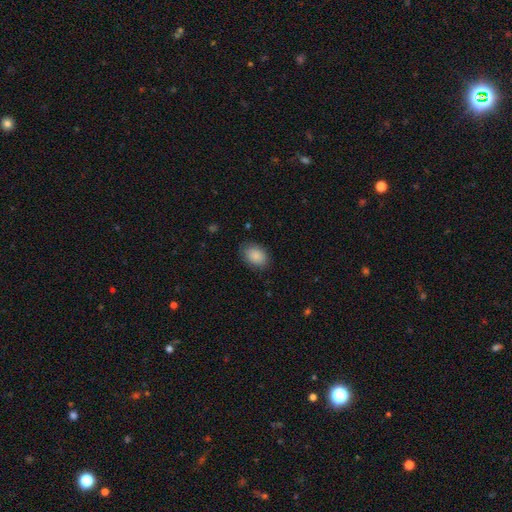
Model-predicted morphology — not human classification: Q: Smooth or featured?
A: smooth (88%); runner-up: star or artifact (7%)
Q: How rounded?
A: in between (78%); runner-up: round (21%)
Q: Merging?
A: none (84%); runner-up: minor disturbance (12%)